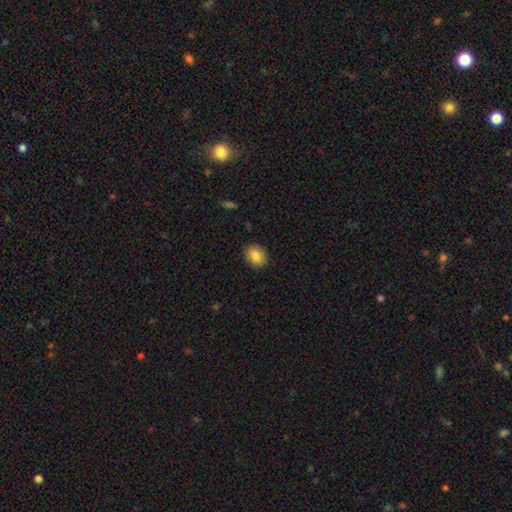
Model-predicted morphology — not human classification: type=smooth (84%); roundness=round (57%); merging=none (88%).